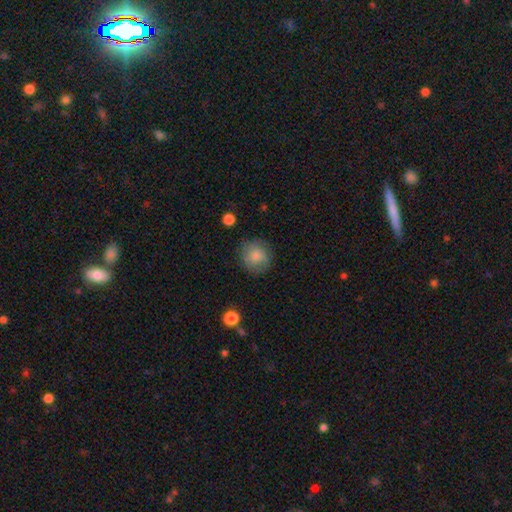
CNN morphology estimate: smooth-or-featured: smooth: 82% | featured or disk: 10% | star or artifact: 8%
  how-rounded: round: 91% | in between: 8% | cigar-shaped: 1%
  merging: none: 82% | minor disturbance: 13% | major disturbance: 4% | merger: 1%